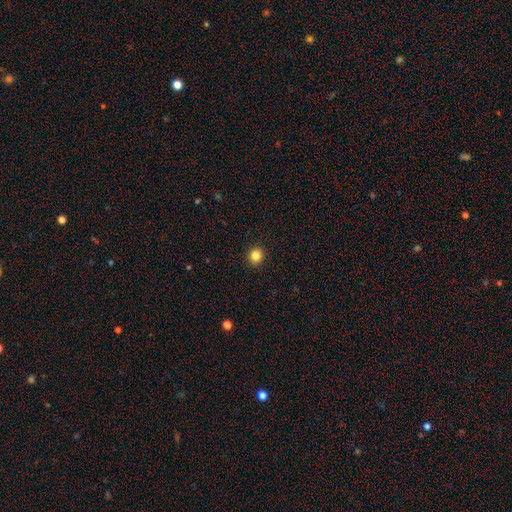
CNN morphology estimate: This is clearly a smooth galaxy (84%). How rounded: clearly round (88%). Merging: clearly none (93%).